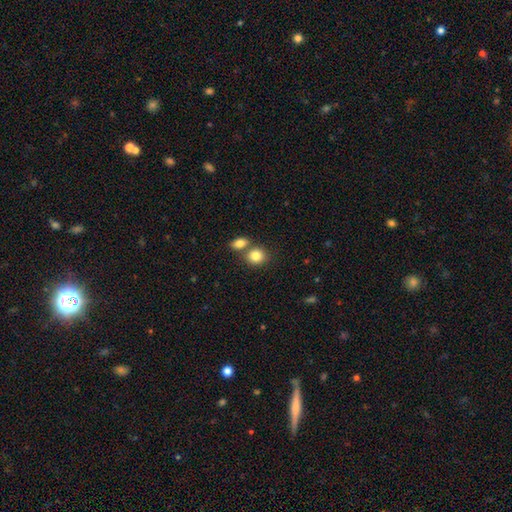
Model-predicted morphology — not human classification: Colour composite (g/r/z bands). It shows a smooth galaxy with no disk features (84%) that is round (71%). Merging: none (56%).